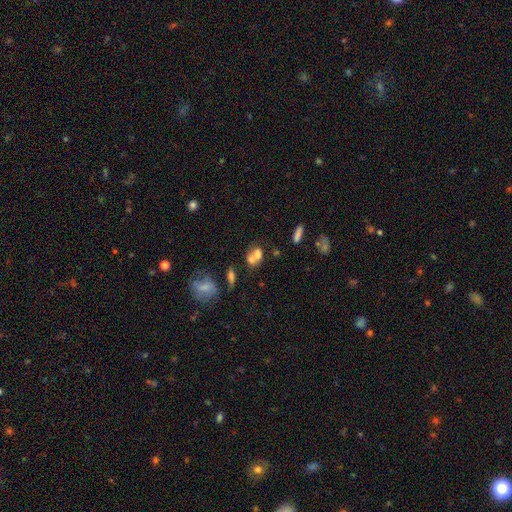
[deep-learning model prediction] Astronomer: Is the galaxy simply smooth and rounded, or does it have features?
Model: smooth — 66%.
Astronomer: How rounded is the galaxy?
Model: in between — 55% (runner-up: round, 43%).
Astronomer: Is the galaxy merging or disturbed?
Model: merger — 59%.